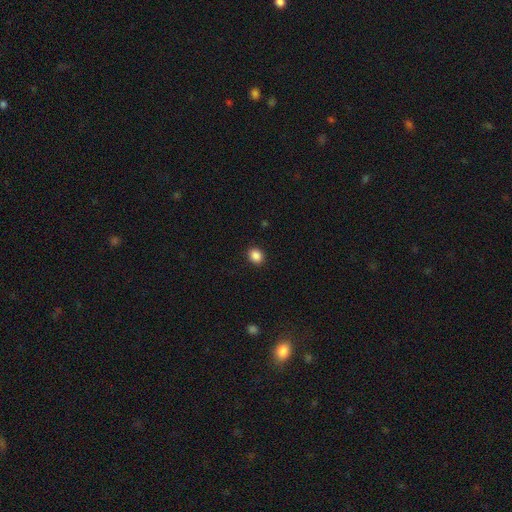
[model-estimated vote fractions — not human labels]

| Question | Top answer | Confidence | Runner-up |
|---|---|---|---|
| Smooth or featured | smooth | 87% | star or artifact (10%) |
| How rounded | round | 63% | in between (36%) |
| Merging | none | 91% | minor disturbance (6%) |